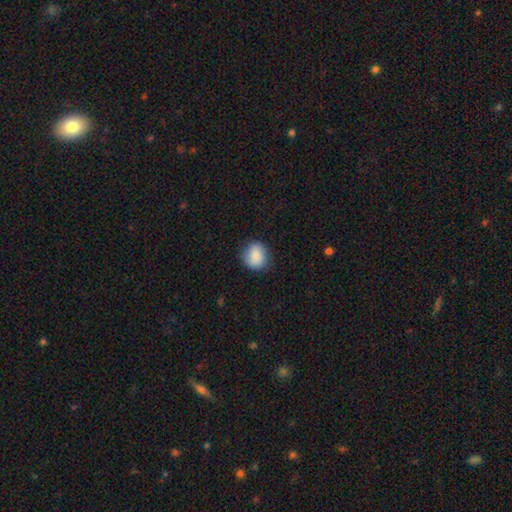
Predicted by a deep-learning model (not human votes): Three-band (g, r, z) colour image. It shows a smooth galaxy with no disk features (81%) that is round (81%). Merging: none (84%).